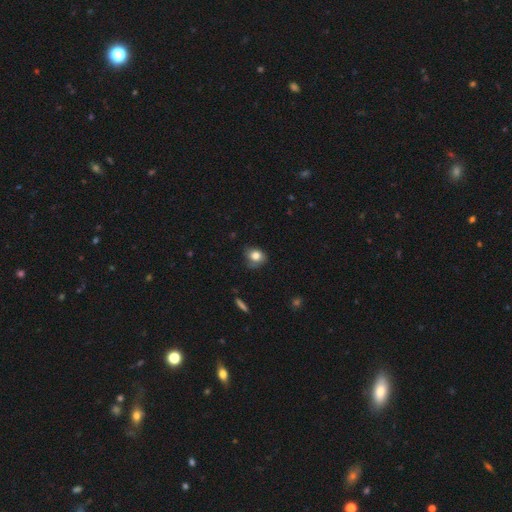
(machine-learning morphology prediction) smooth 77%, featured or disk 14%, star or artifact 10%. Down the decision tree: how rounded — round (60%); merging — none (60%).